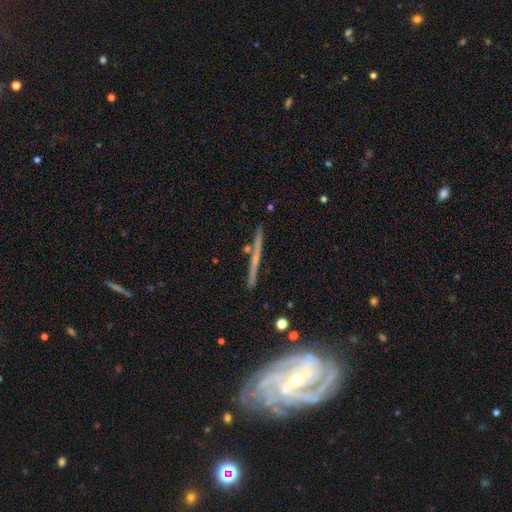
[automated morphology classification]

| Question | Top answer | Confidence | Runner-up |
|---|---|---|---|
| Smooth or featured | featured or disk | 64% | smooth (28%) |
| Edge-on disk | yes | 94% | no (6%) |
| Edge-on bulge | none | 78% | rounded (16%) |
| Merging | none | 84% | minor disturbance (11%) |